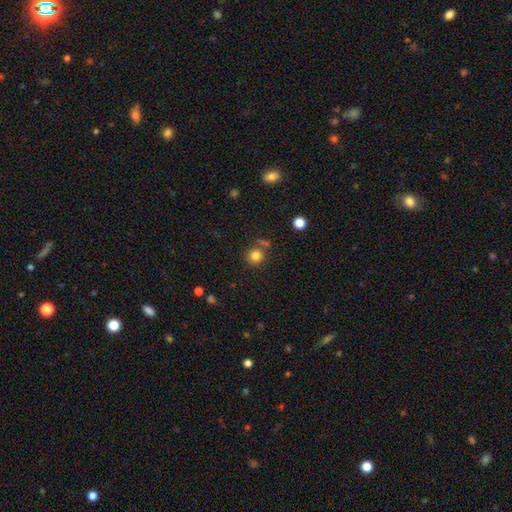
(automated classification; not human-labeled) Smooth or featured? Predicted: smooth (p=0.81). How rounded? Predicted: round (p=0.91). Merging? Predicted: none (p=0.73).